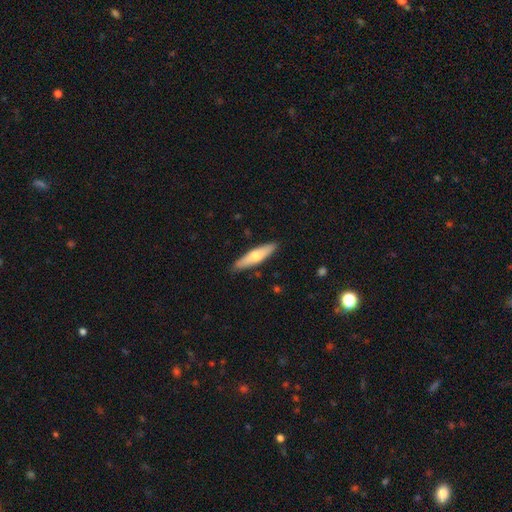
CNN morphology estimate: Overall: smooth (60%; featured or disk 35%). How rounded: cigar-shaped (75%). Merging: none (88%).